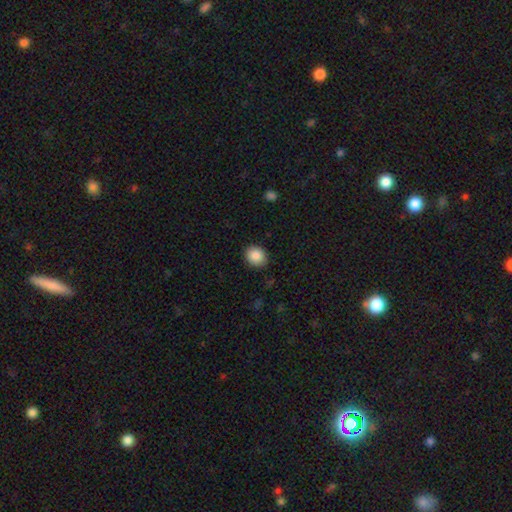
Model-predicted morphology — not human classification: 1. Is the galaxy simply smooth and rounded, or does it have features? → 87% smooth, 8% star or artifact, 5% featured or disk.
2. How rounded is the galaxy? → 65% round, 34% in between, 1% cigar-shaped.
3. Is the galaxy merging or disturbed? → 88% none, 9% minor disturbance, 2% major disturbance, 1% merger.